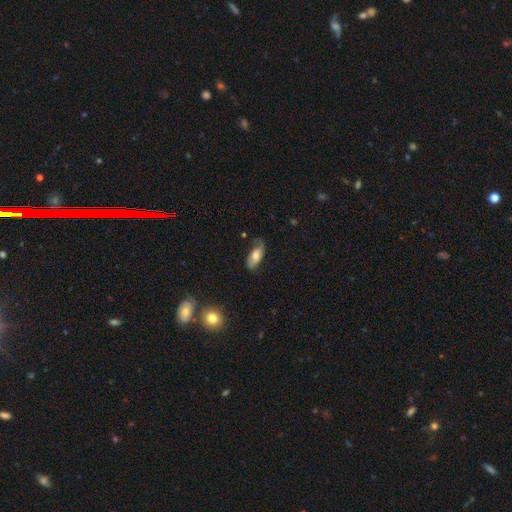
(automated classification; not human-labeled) smooth-or-featured: smooth: 70% | featured or disk: 23% | star or artifact: 7%
  how-rounded: in between: 86% | cigar-shaped: 11% | round: 3%
  merging: none: 53% | minor disturbance: 32% | major disturbance: 13% | merger: 2%